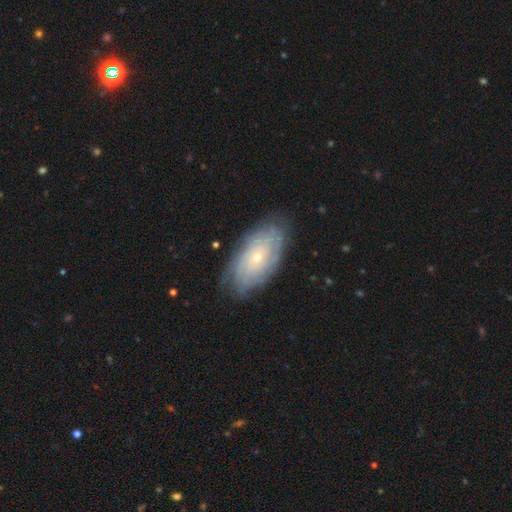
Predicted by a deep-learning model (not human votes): Morphology: type=featured or disk (59%); edge-on=no (90%); bar=no (81%); spiral arms=yes (80%); bulge=small (74%); merging=none (83%).